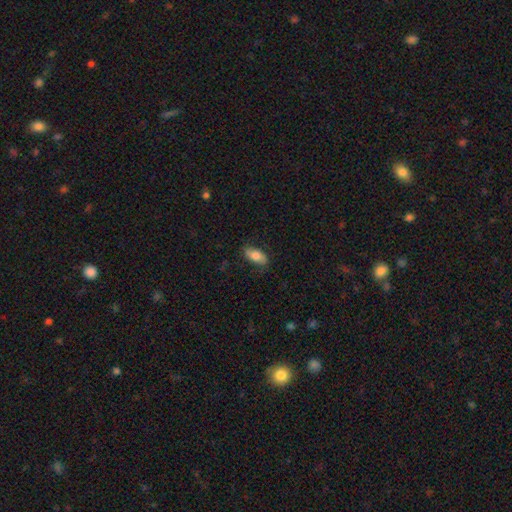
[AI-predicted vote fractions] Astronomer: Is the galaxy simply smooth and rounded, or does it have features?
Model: smooth — 78%.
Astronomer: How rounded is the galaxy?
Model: in between — 89%.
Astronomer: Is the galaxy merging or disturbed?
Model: none — 81%.